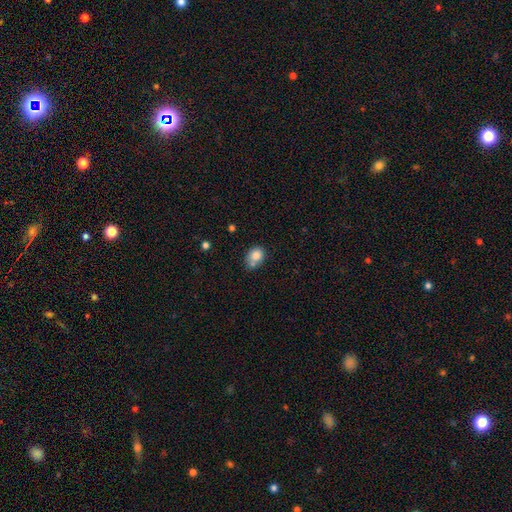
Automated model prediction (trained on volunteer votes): Q: Smooth or featured?
A: smooth (80%); runner-up: featured or disk (10%)
Q: How rounded?
A: in between (50%); runner-up: round (49%)
Q: Merging?
A: none (50%); runner-up: merger (24%)